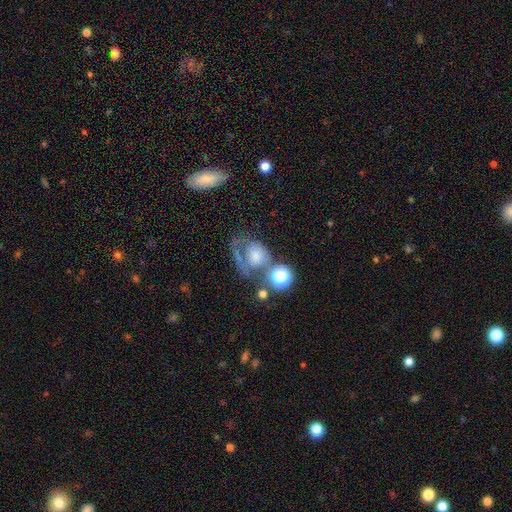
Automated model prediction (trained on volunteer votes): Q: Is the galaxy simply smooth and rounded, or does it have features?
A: featured or disk — 45%.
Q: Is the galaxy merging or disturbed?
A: none — 34%.